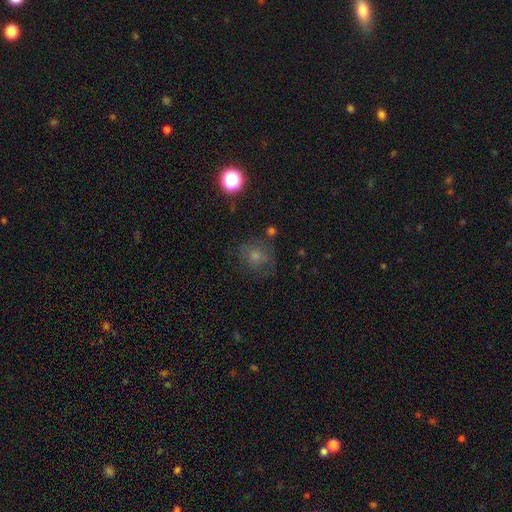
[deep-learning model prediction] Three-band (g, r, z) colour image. It shows a smooth galaxy with no disk features (64%) that is round (80%). Merging: none (65%).